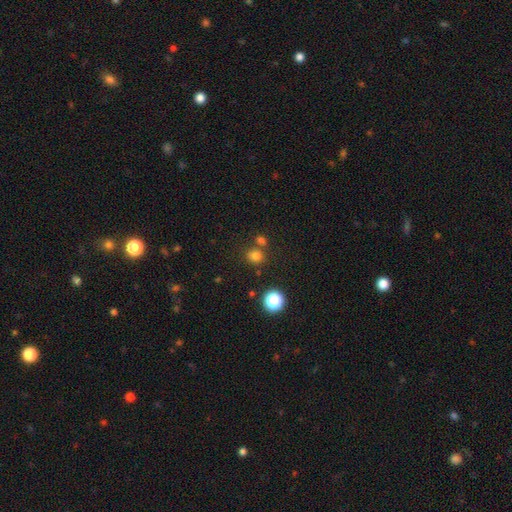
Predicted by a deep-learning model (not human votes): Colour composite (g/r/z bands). It shows a smooth galaxy with no disk features (75%) that is round (70%). Merging: none (66%).